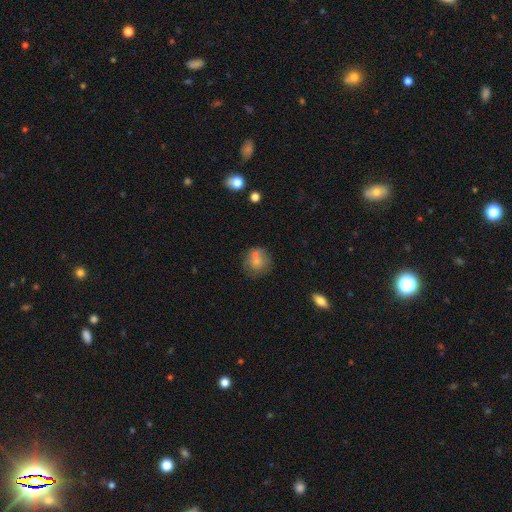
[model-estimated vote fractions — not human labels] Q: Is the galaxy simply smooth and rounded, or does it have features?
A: smooth — 61%.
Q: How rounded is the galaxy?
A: round — 83%.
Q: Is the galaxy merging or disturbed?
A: none — 61%.